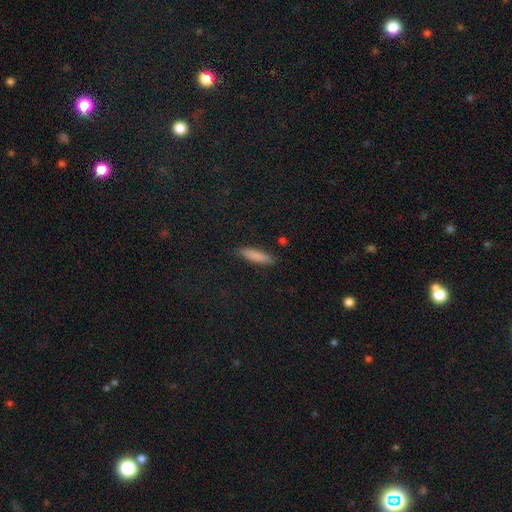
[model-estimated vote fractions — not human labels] A smooth galaxy with no disk features (81%) that is cigar-shaped (83%). Merging: none (86%).